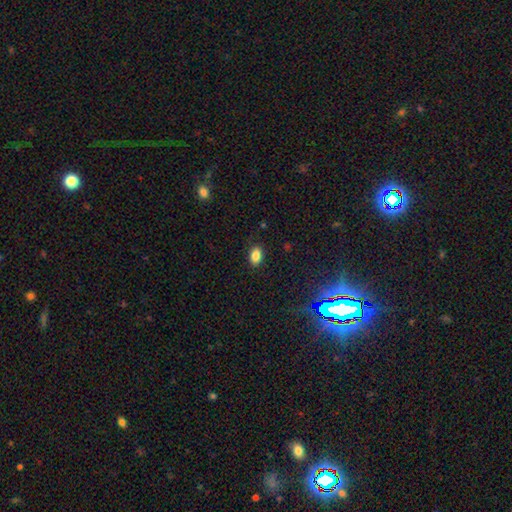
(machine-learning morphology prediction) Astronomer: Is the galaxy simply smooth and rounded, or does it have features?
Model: smooth — 84%.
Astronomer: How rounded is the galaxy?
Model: in between — 85%.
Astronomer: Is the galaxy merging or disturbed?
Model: none — 87%.